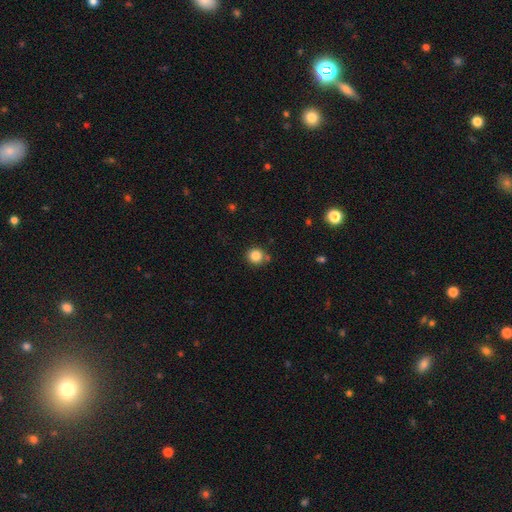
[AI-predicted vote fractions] Q: Smooth or featured?
A: smooth (84%); runner-up: star or artifact (11%)
Q: How rounded?
A: round (91%); runner-up: in between (8%)
Q: Merging?
A: none (78%); runner-up: minor disturbance (12%)